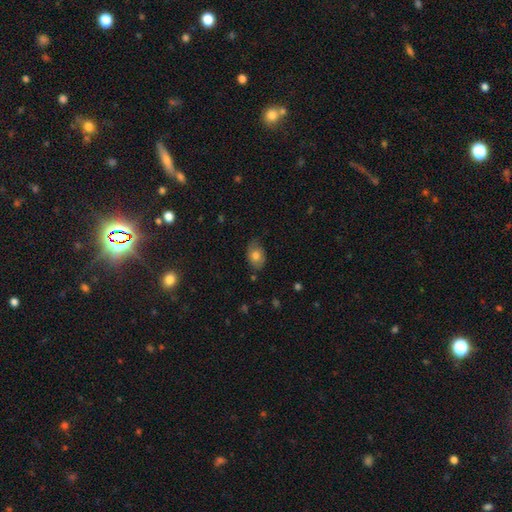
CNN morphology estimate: Q: Smooth or featured?
A: smooth (73%); runner-up: featured or disk (19%)
Q: How rounded?
A: in between (82%); runner-up: round (16%)
Q: Merging?
A: none (68%); runner-up: minor disturbance (25%)